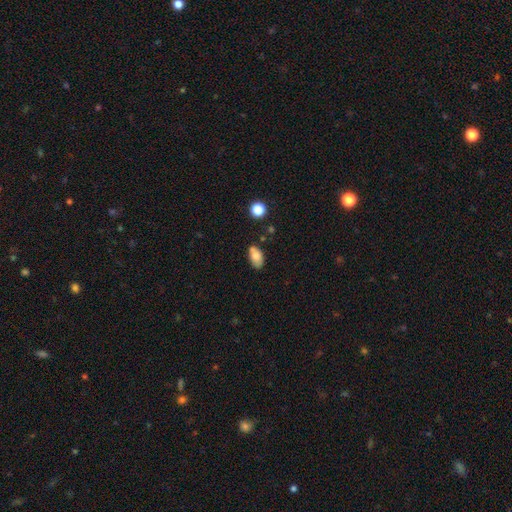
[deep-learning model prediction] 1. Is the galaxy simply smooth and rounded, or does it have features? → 79% smooth, 13% featured or disk, 9% star or artifact.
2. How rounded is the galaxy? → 90% in between, 8% round, 2% cigar-shaped.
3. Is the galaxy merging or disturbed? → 61% none, 22% minor disturbance, 12% merger, 5% major disturbance.